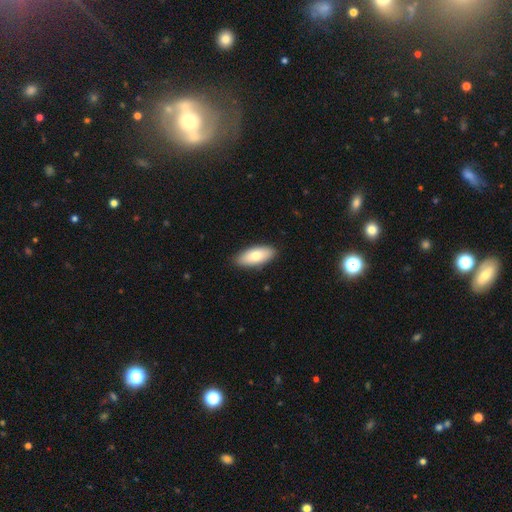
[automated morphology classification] smooth_or_featured: smooth (p=0.76) [alt: featured or disk p=0.18]
how_rounded: in between (p=0.85) [alt: cigar-shaped p=0.12]
merging: none (p=0.88) [alt: minor disturbance p=0.09]